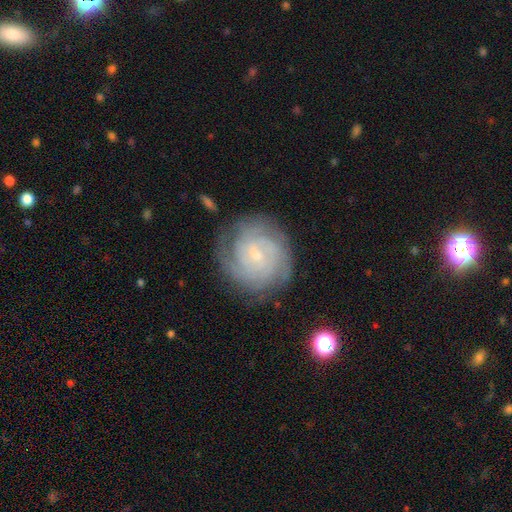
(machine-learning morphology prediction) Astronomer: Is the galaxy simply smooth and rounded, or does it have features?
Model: featured or disk — 80%.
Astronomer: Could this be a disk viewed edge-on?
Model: no — 98%.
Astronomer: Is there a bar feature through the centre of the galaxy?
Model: no — 55% (runner-up: weak, 38%).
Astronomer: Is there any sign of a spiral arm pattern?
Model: yes — 96%.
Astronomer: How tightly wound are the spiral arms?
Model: tight — 75%.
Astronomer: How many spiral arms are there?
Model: can't tell — 34% (runner-up: 3, 20%).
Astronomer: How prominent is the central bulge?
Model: small — 78%.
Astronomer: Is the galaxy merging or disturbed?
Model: none — 79%.